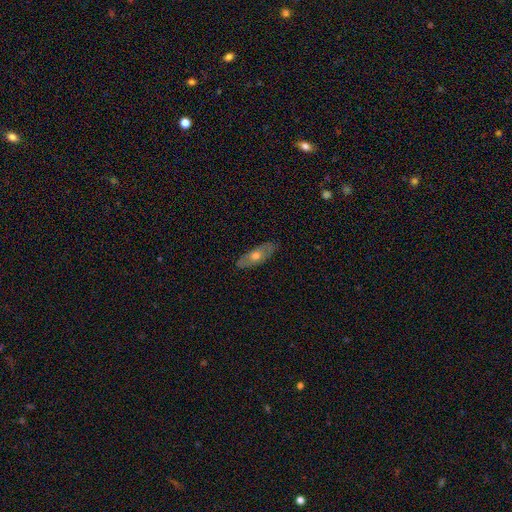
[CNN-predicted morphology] A smooth galaxy with no disk features (50%). Merging: none (85%).